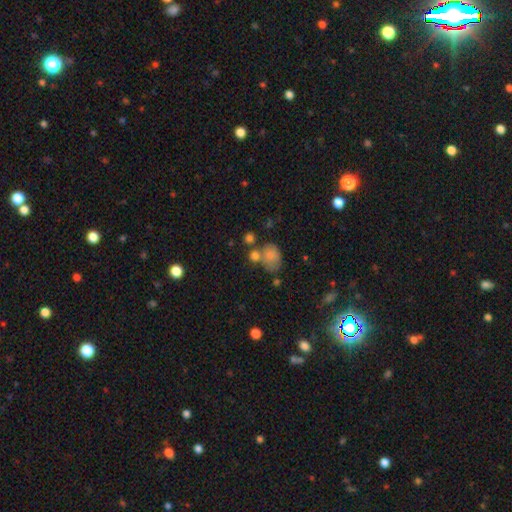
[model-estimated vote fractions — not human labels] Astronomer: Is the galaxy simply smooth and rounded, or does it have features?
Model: smooth — 77%.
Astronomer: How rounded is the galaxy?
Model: round — 60% (runner-up: in between, 39%).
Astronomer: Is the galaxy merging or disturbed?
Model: none — 47% (runner-up: merger, 32%).